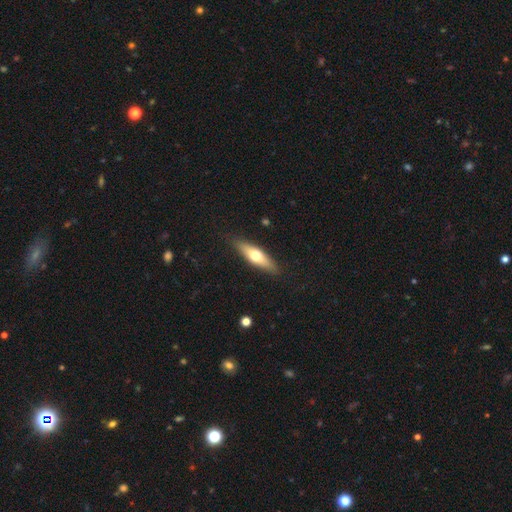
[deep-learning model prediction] A smooth galaxy with no disk features (54%) that is cigar-shaped (58%).

Vote fractions:
- Smooth or featured? smooth: 54% / featured or disk: 40% / star or artifact: 6%
- How rounded? cigar-shaped: 58% / in between: 39% / round: 3%
- Merging? none: 87% / minor disturbance: 10% / major disturbance: 2% / merger: 1%